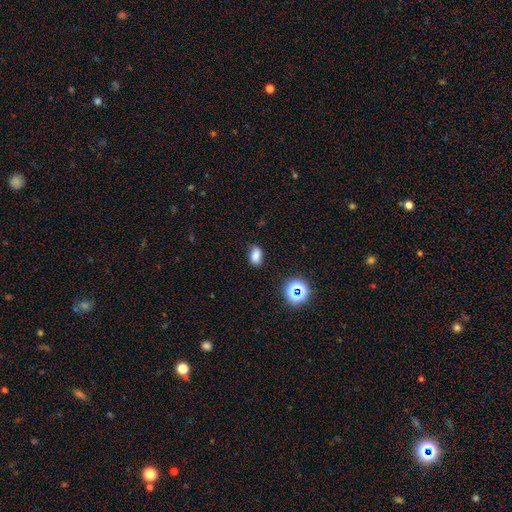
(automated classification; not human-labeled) This is likely a smooth galaxy (77%). How rounded: clearly in between (83%). Merging: likely none (77%).